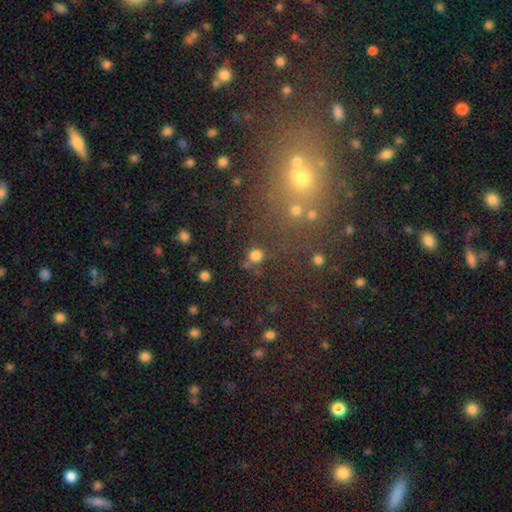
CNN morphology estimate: Overall: smooth (78%). How rounded: round (87%). Merging: none (79%).